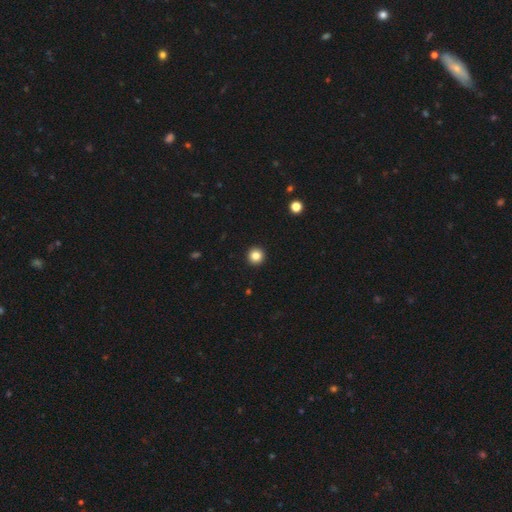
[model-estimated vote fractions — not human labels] Q: Smooth or featured?
A: smooth (84%); runner-up: star or artifact (11%)
Q: How rounded?
A: round (96%); runner-up: in between (3%)
Q: Merging?
A: none (94%); runner-up: minor disturbance (4%)